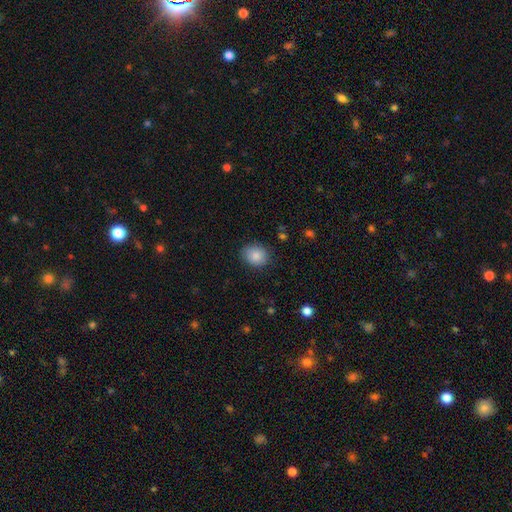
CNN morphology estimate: The model was most divided on "how rounded": round: 61%, in between: 38%, cigar-shaped: 1%. More confident: smooth or featured — smooth (87%); merging — none (84%).